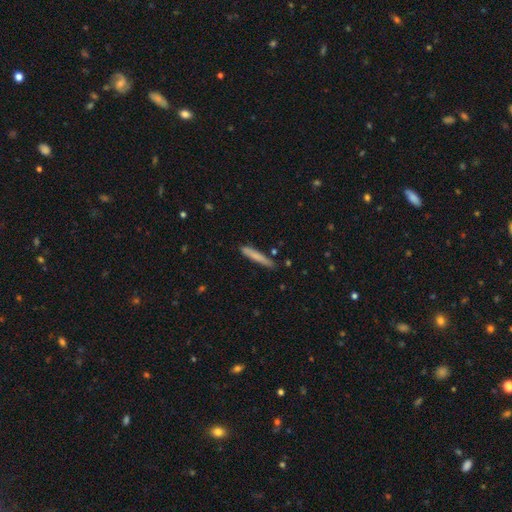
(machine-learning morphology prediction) Smooth or featured?
  - smooth: 75% *
  - featured or disk: 19%
  - star or artifact: 6%
How rounded?
  - cigar-shaped: 95% *
  - in between: 4%
  - round: 1%
Merging?
  - none: 81% *
  - minor disturbance: 14%
  - merger: 3%
  - major disturbance: 2%